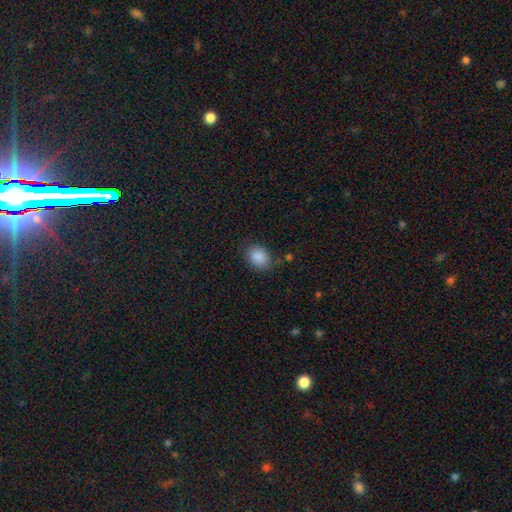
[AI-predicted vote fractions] smooth 87%, star or artifact 10%, featured or disk 4%. Down the decision tree: how rounded — in between (58%); merging — none (80%).